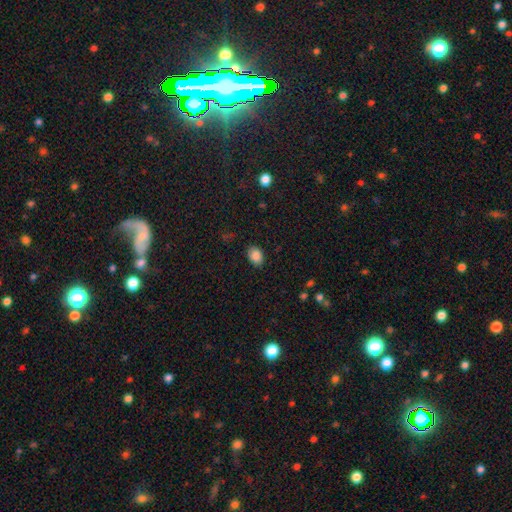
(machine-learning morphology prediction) Q: Smooth or featured?
A: smooth (86%); runner-up: star or artifact (8%)
Q: How rounded?
A: in between (74%); runner-up: round (25%)
Q: Merging?
A: none (86%); runner-up: minor disturbance (11%)